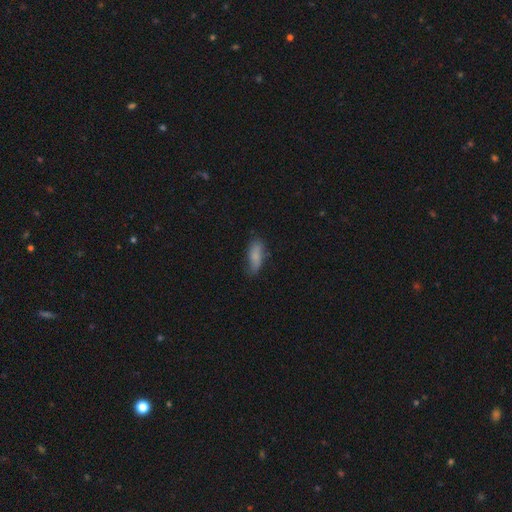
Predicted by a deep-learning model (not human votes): The model was most divided on "merging": none: 67%, minor disturbance: 26%, major disturbance: 6%, merger: 2%. More confident: smooth or featured — smooth (76%); how rounded — in between (73%).